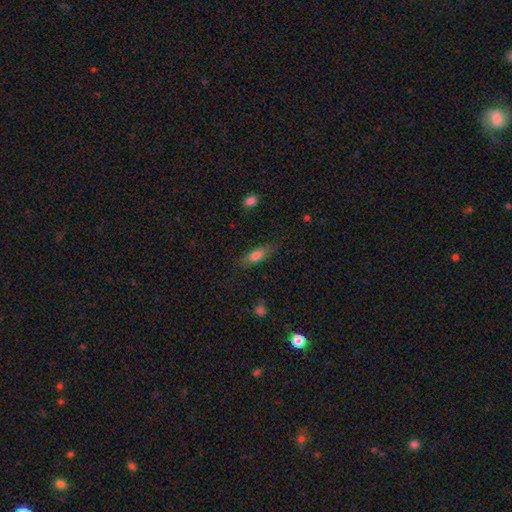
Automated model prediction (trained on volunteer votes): Smooth or featured: smooth — 72% (featured or disk — 20%)
How rounded: in between — 52% (cigar-shaped — 45%)
Merging: none — 76% (minor disturbance — 18%)